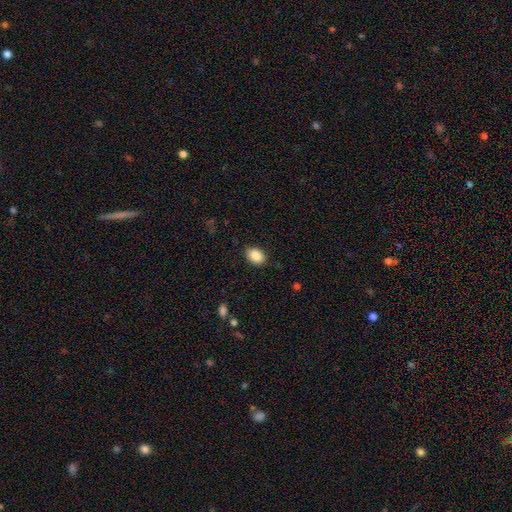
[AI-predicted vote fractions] The model was most divided on "how rounded": in between: 83%, round: 16%, cigar-shaped: 1%. More confident: smooth or featured — smooth (89%); merging — none (87%).